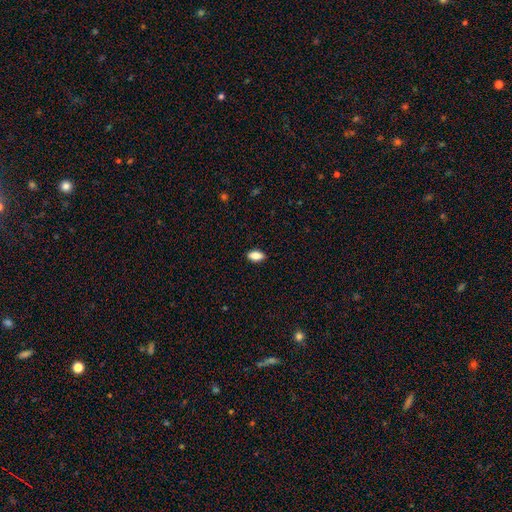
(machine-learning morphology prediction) smooth-or-featured: smooth: 86% | star or artifact: 8% | featured or disk: 7%
  how-rounded: in between: 91% | cigar-shaped: 5% | round: 5%
  merging: none: 89% | minor disturbance: 8% | major disturbance: 2% | merger: 1%